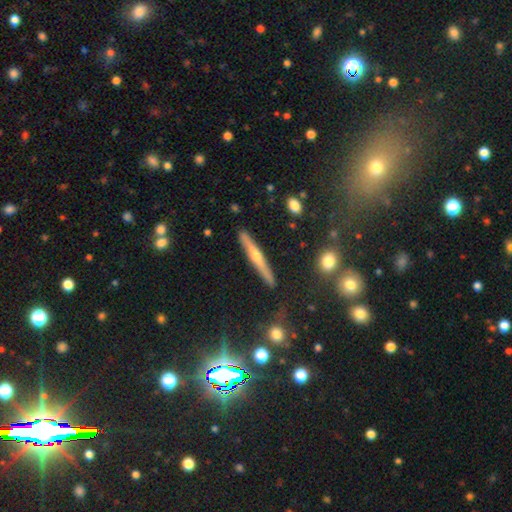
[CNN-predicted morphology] A featured or disk galaxy (60%) viewed edge-on (95%) with a rounded central bulge (81%). Merging: none (87%).